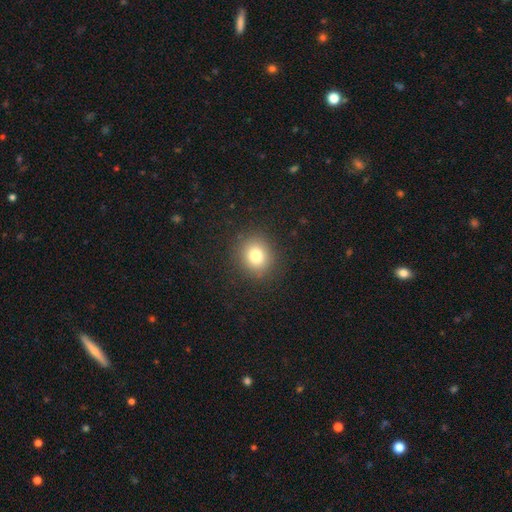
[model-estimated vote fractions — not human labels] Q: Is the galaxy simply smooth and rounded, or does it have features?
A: smooth — 78%.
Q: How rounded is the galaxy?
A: round — 82%.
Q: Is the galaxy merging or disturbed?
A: none — 89%.